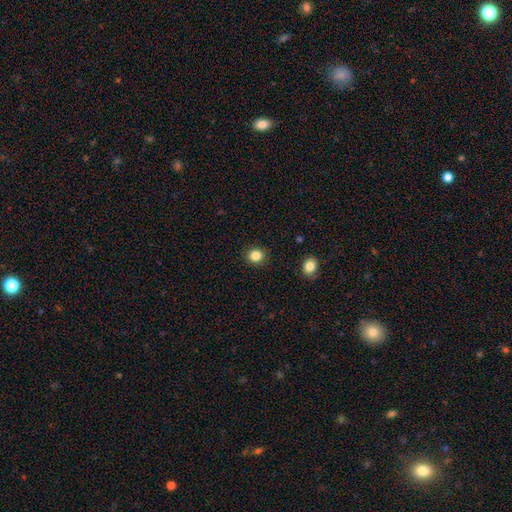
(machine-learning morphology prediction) type=smooth (85%); roundness=round (85%); merging=none (91%).